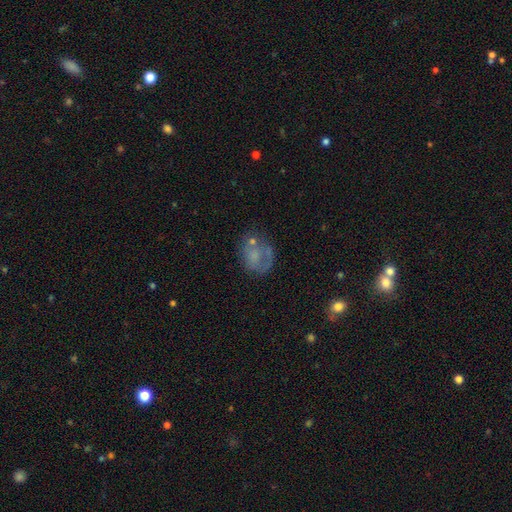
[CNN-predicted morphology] Smooth or featured?
  - smooth: 49% *
  - featured or disk: 39%
  - star or artifact: 12%
Merging?
  - none: 43% *
  - major disturbance: 24%
  - minor disturbance: 23%
  - merger: 10%